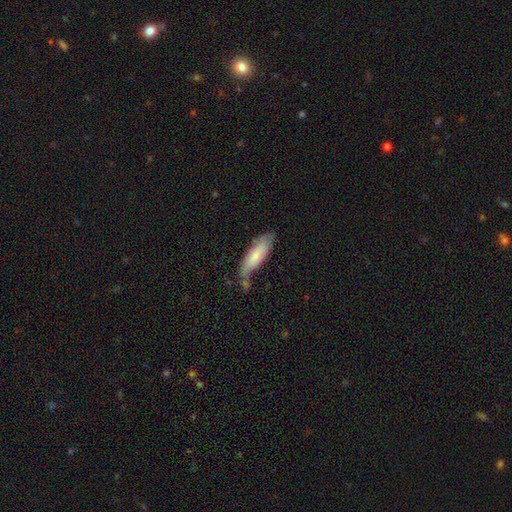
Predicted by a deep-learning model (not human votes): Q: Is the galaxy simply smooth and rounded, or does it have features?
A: smooth — 69%.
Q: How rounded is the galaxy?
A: in between — 58%.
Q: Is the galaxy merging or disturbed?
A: none — 49%.